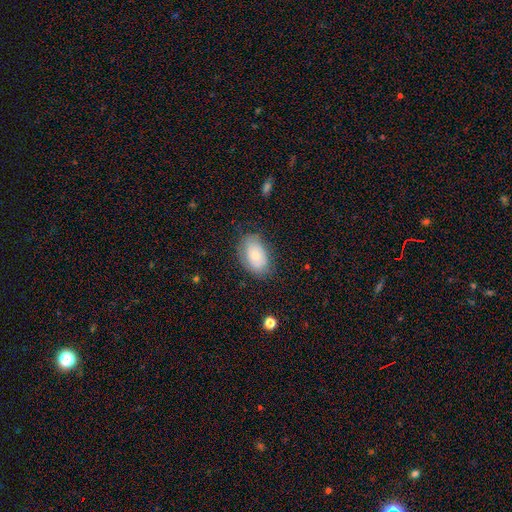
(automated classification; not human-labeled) Smooth or featured? smooth (71%)
How rounded? in between (89%)
Merging? none (72%)